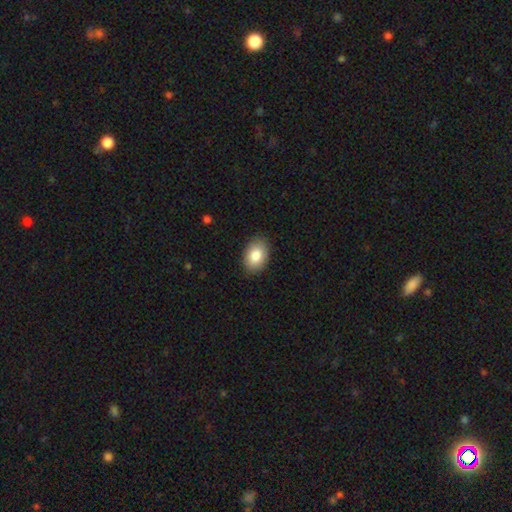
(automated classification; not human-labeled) Q: Smooth or featured?
A: smooth (85%); runner-up: featured or disk (9%)
Q: How rounded?
A: in between (85%); runner-up: round (14%)
Q: Merging?
A: none (88%); runner-up: minor disturbance (9%)